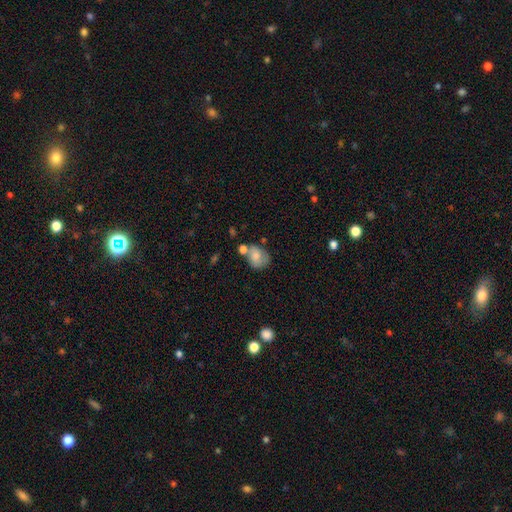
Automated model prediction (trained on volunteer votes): Morphology: type=smooth (72%); roundness=in between (57%); merging=none (42%).